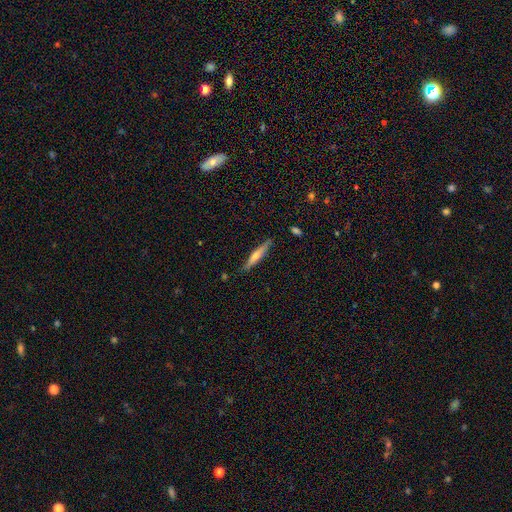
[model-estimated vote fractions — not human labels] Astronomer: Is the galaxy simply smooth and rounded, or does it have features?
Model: featured or disk — 56% (runner-up: smooth, 38%).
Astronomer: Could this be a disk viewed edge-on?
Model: yes — 95%.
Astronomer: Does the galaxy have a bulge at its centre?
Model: rounded — 83%.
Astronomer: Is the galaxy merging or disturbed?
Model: none — 86%.